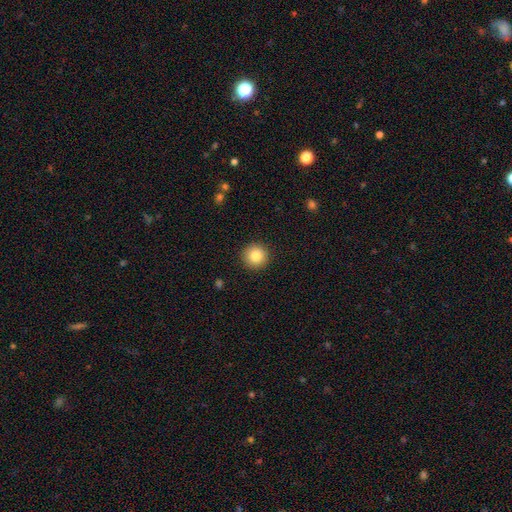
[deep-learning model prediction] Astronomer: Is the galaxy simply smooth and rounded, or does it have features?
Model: smooth — 84%.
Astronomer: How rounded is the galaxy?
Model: round — 96%.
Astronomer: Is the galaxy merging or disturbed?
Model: none — 92%.